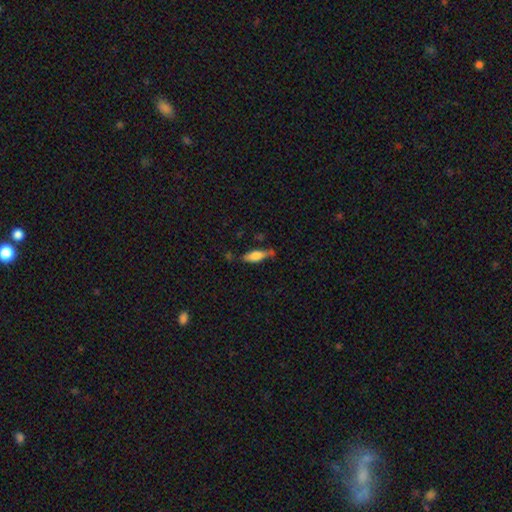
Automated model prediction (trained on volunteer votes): This is likely a smooth galaxy (71%). How rounded: possibly in between (56%). Merging: possibly none (58%).